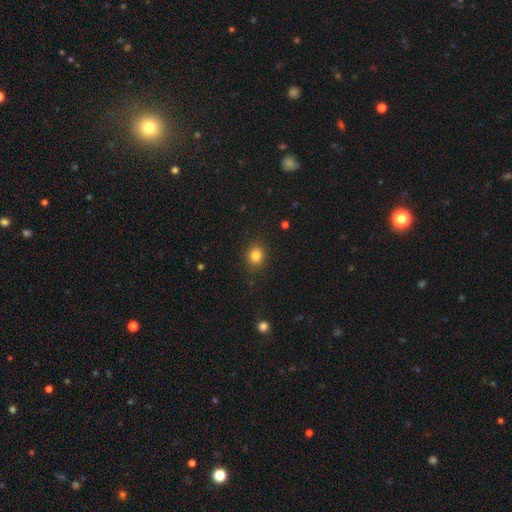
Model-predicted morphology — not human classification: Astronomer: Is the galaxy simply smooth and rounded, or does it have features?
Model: smooth — 83%.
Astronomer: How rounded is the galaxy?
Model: round — 78%.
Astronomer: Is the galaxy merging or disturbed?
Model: none — 89%.